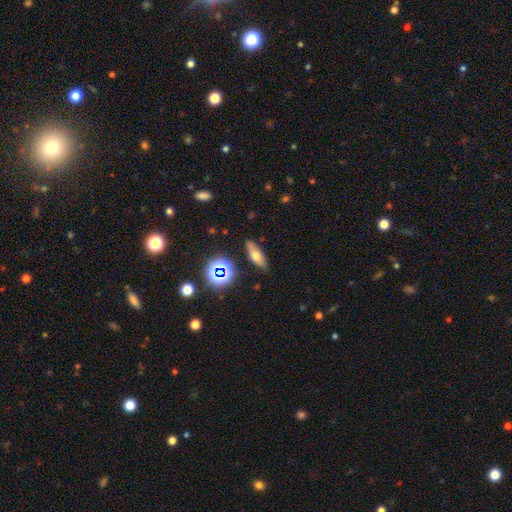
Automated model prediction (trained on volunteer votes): Smooth or featured? Predicted: smooth (p=0.62). How rounded? Predicted: in between (p=0.56). Merging? Predicted: none (p=0.83).